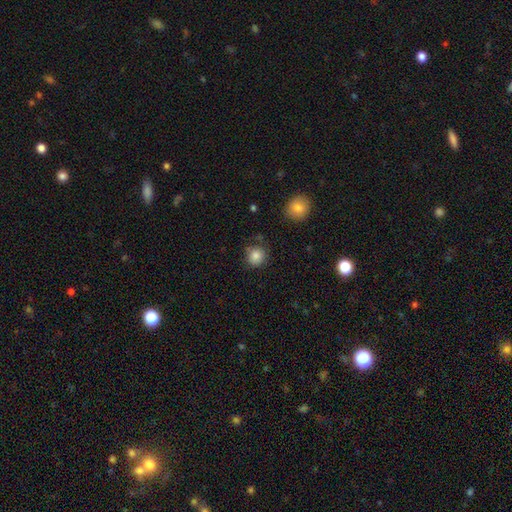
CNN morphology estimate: Smooth or featured? Predicted: smooth (p=0.85). How rounded? Predicted: round (p=0.90). Merging? Predicted: none (p=0.81).